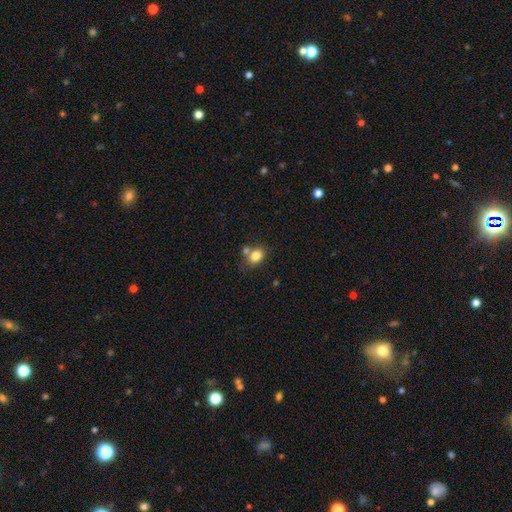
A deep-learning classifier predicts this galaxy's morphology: smooth 81%, star or artifact 10%, featured or disk 9%. Down the decision tree: how rounded — in between (62%); merging — none (55%).